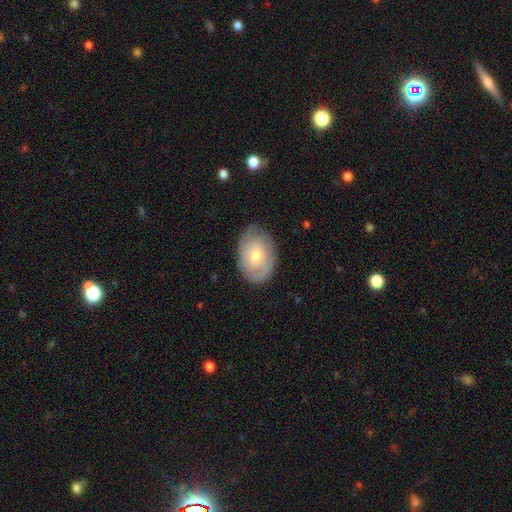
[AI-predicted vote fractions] Morphology: type=featured or disk (50%); edge-on=no (95%); merging=none (79%).